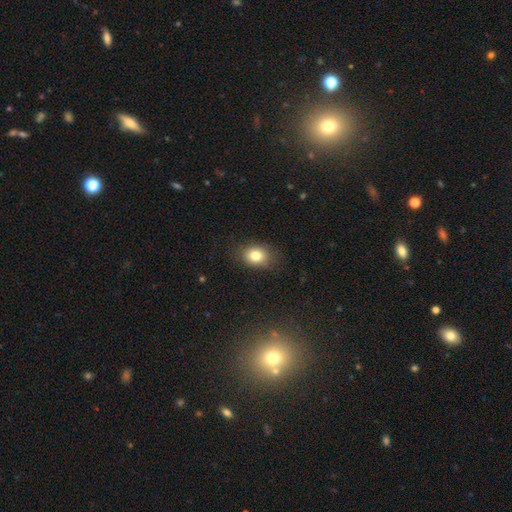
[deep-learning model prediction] A smooth galaxy with no disk features (80%) that is in between round and cigar-shaped (58%).

Vote fractions:
- Smooth or featured? smooth: 80% / star or artifact: 11% / featured or disk: 9%
- How rounded? in between: 58% / round: 41% / cigar-shaped: 1%
- Merging? none: 80% / minor disturbance: 15% / major disturbance: 4% / merger: 1%